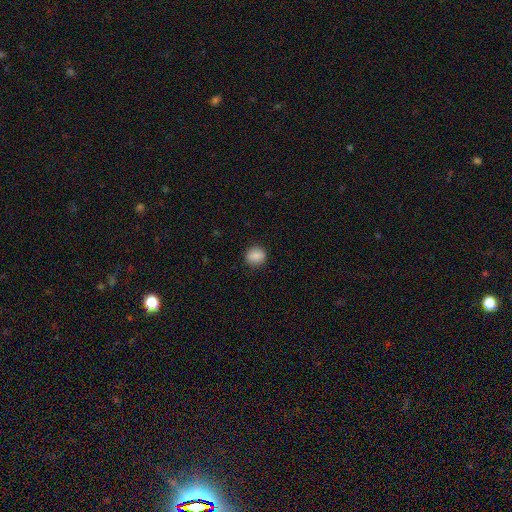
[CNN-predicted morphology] type=smooth (86%); roundness=round (79%); merging=none (88%).